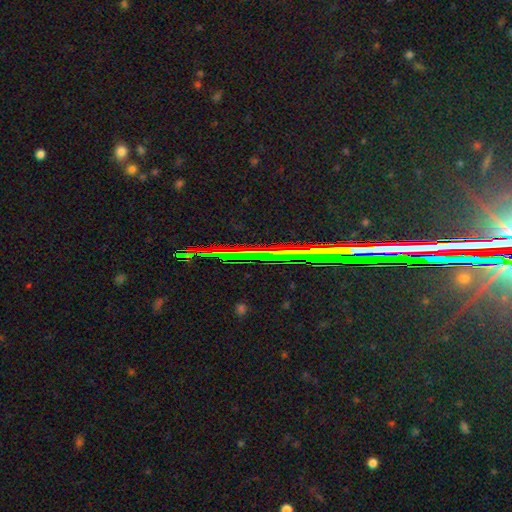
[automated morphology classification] The model was most divided on "smooth or featured": star or artifact: 75%, smooth: 13%, featured or disk: 12%.